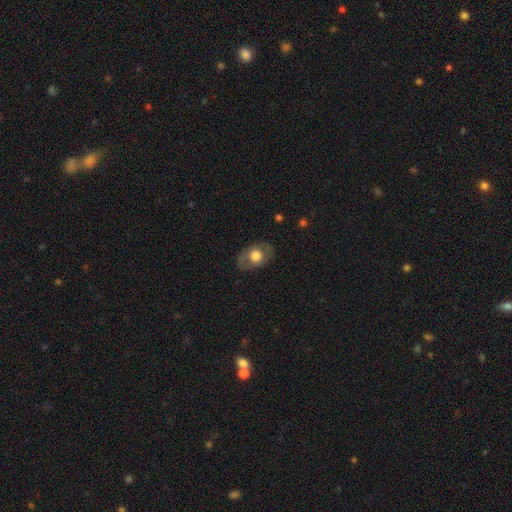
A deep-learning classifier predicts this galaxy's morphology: The model was most divided on "smooth or featured": smooth: 61%, featured or disk: 32%, star or artifact: 7%. More confident: merging — none (79%); how rounded — in between (74%).